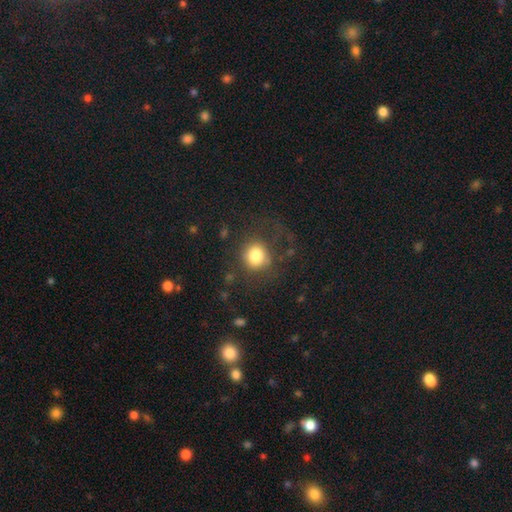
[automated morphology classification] This is likely a smooth galaxy (79%). How rounded: clearly round (86%). Merging: likely none (67%).